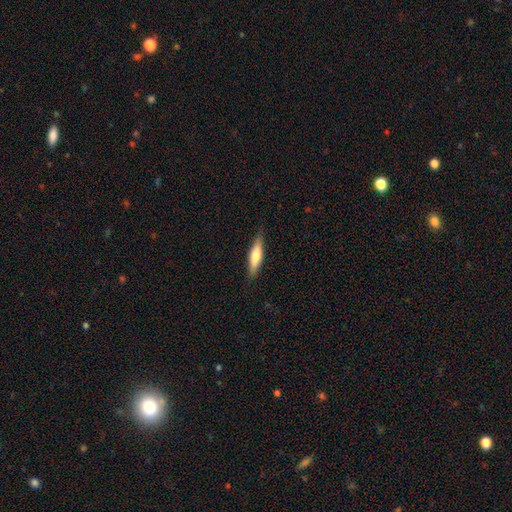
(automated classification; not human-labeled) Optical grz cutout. It shows a smooth galaxy with no disk features (63%) that is cigar-shaped (71%). Merging: none (84%).